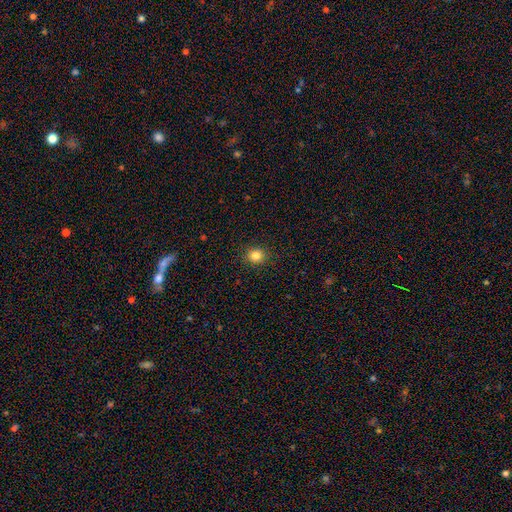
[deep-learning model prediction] This is clearly a smooth galaxy (83%). How rounded: clearly round (87%). Merging: clearly none (91%).